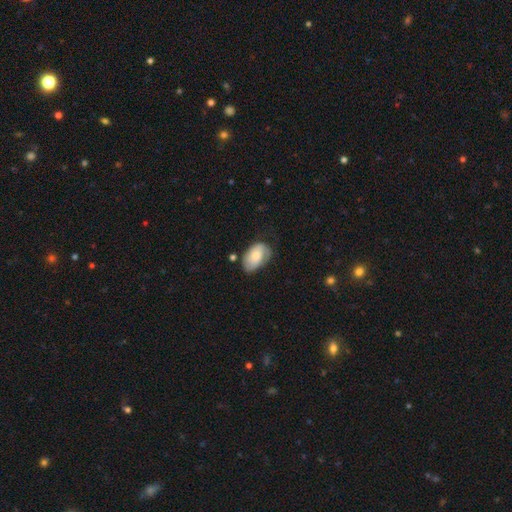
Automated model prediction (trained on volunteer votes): The model was most divided on "smooth or featured": smooth: 58%, featured or disk: 36%, star or artifact: 6%. More confident: how rounded — in between (90%); merging — none (56%).